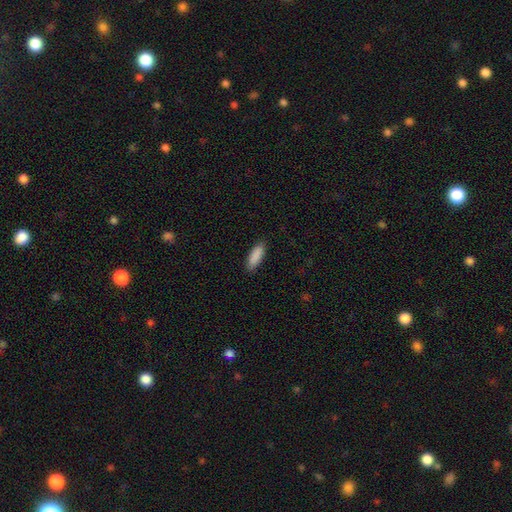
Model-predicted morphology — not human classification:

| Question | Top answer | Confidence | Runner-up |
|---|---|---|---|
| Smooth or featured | smooth | 90% | star or artifact (6%) |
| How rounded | in between | 58% | cigar-shaped (41%) |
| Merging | none | 87% | minor disturbance (10%) |